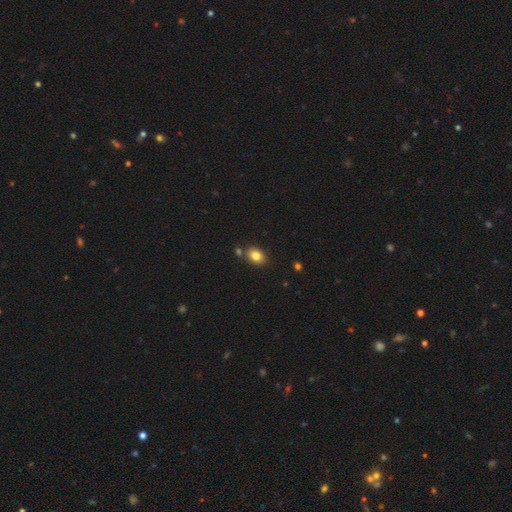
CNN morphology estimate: smooth-or-featured: smooth: 83% | star or artifact: 10% | featured or disk: 7%
  how-rounded: in between: 64% | round: 35% | cigar-shaped: 1%
  merging: none: 76% | minor disturbance: 11% | merger: 10% | major disturbance: 3%